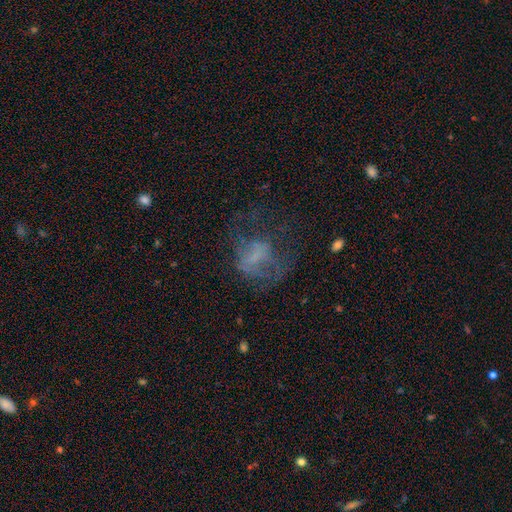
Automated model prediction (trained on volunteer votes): This is possibly a featured or disk galaxy (46%). Merging: marginally major disturbance (45%).